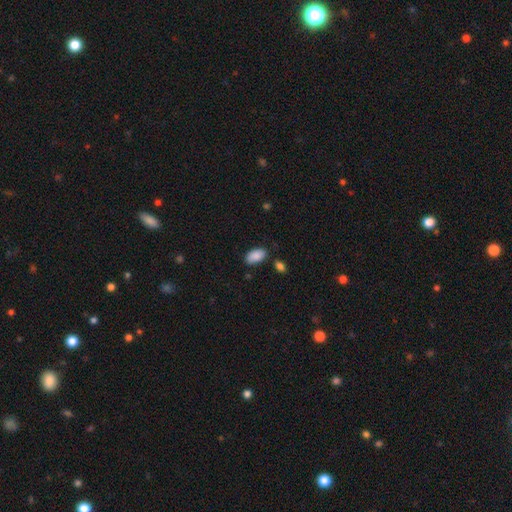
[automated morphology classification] A smooth galaxy with no disk features (89%) that is in between round and cigar-shaped (94%).

Vote fractions:
- Smooth or featured? smooth: 89% / star or artifact: 7% / featured or disk: 4%
- How rounded? in between: 94% / round: 4% / cigar-shaped: 2%
- Merging? none: 78% / minor disturbance: 14% / merger: 4% / major disturbance: 3%